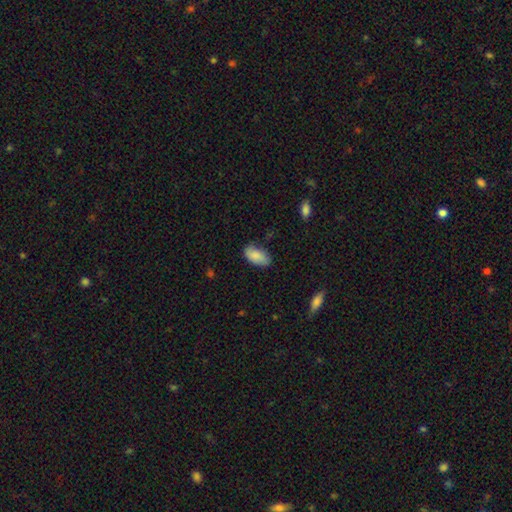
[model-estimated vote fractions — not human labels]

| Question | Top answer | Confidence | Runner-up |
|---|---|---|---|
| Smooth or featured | smooth | 86% | featured or disk (7%) |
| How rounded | in between | 94% | cigar-shaped (3%) |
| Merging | none | 72% | minor disturbance (22%) |